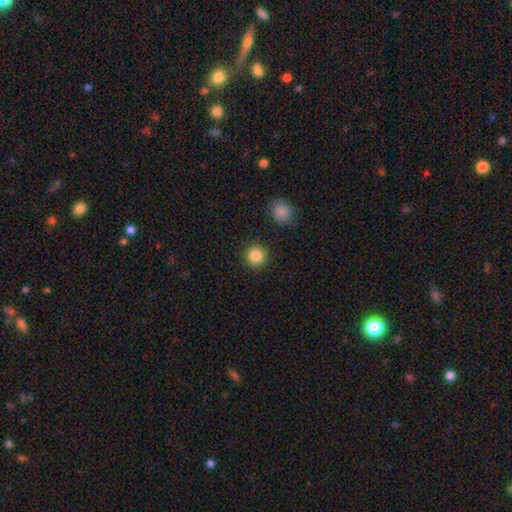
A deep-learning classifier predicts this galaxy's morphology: A smooth galaxy with no disk features (85%) that is round (94%).

Vote fractions:
- Smooth or featured? smooth: 85% / star or artifact: 10% / featured or disk: 5%
- How rounded? round: 94% / in between: 5% / cigar-shaped: 1%
- Merging? none: 90% / minor disturbance: 6% / major disturbance: 2% / merger: 2%